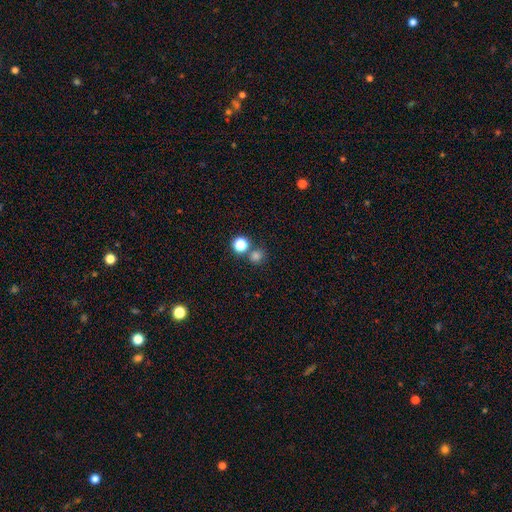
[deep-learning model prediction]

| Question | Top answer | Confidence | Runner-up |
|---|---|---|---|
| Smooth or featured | smooth | 75% | star or artifact (19%) |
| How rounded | round | 87% | in between (12%) |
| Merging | none | 69% | merger (20%) |